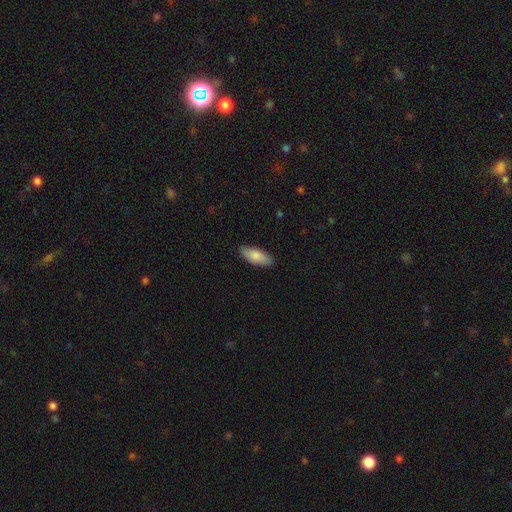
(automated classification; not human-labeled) Morphology: type=smooth (83%); roundness=in between (80%); merging=none (86%).